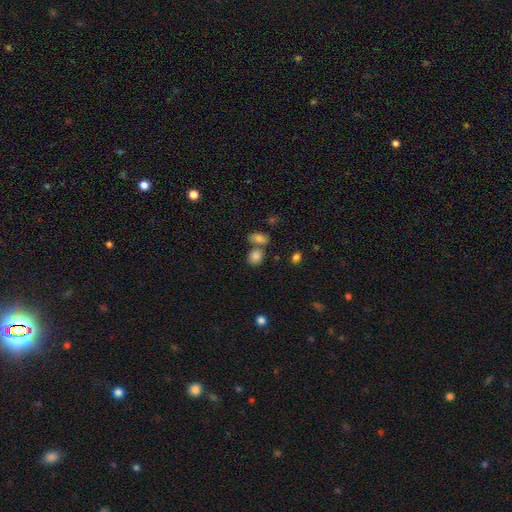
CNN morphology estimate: Q: Smooth or featured?
A: smooth (83%); runner-up: star or artifact (10%)
Q: How rounded?
A: round (59%); runner-up: in between (40%)
Q: Merging?
A: none (56%); runner-up: merger (29%)